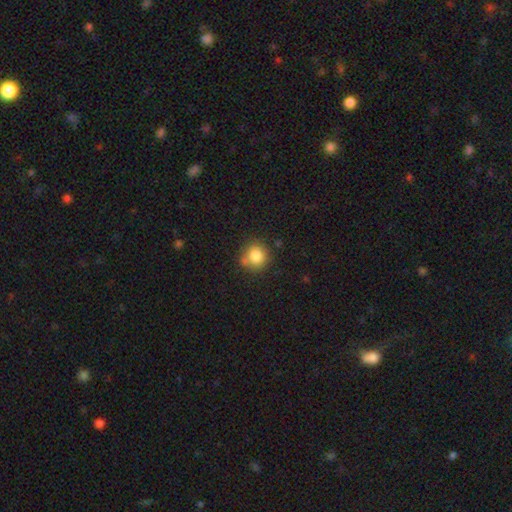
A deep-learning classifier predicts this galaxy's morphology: Smooth or featured? smooth (82%)
How rounded? round (89%)
Merging? none (71%)